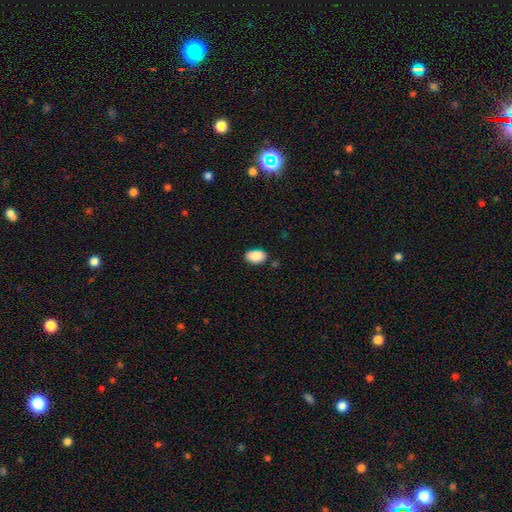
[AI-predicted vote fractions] Smooth or featured? smooth (88%)
How rounded? in between (90%)
Merging? none (83%)